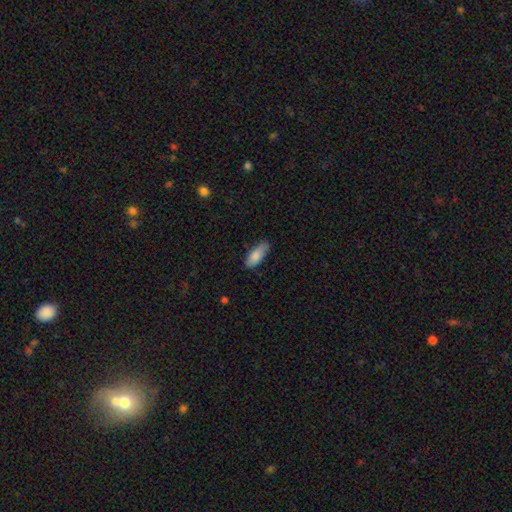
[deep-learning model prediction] Morphology: type=smooth (86%); roundness=in between (75%); merging=none (76%).